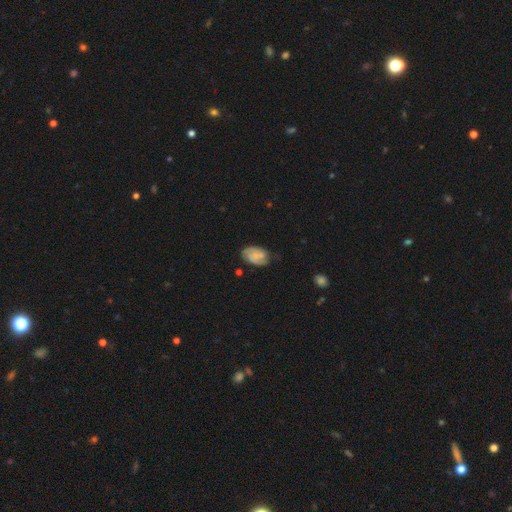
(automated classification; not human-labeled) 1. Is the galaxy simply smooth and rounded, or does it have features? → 60% featured or disk, 32% smooth, 8% star or artifact.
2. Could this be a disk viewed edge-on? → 97% no, 3% yes.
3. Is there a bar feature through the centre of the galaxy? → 60% no, 34% weak, 6% strong.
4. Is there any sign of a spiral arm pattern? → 88% yes, 12% no.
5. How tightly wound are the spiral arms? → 45% tight, 41% medium, 14% loose.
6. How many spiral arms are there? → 59% 2, 21% can't tell, 11% 3, 4% 1, 3% 4, 2% more than 4.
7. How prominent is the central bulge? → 53% small, 26% none, 18% moderate, 2% large, 1% dominant.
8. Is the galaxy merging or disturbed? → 65% none, 25% minor disturbance, 7% major disturbance, 3% merger.